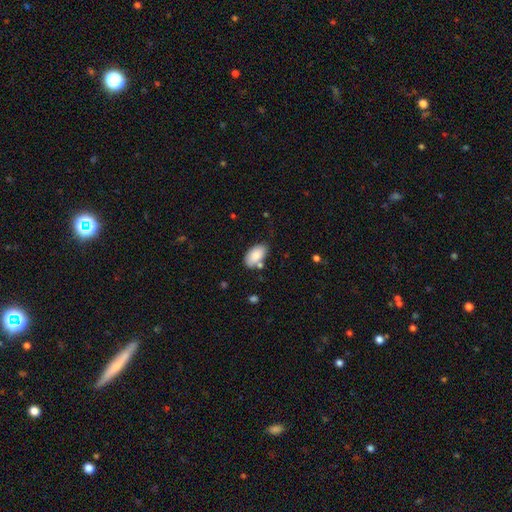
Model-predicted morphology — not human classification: A smooth galaxy with no disk features (86%) that is in between round and cigar-shaped (95%).

Vote fractions:
- Smooth or featured? smooth: 86% / featured or disk: 7% / star or artifact: 6%
- How rounded? in between: 95% / round: 3% / cigar-shaped: 2%
- Merging? none: 72% / minor disturbance: 17% / merger: 8% / major disturbance: 4%